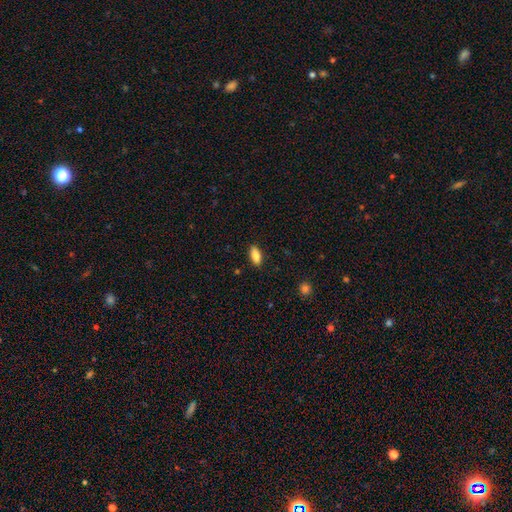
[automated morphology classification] This appears to be a smooth galaxy with no disk features (86%) that is in between round and cigar-shaped (88%). Merging: none (88%).